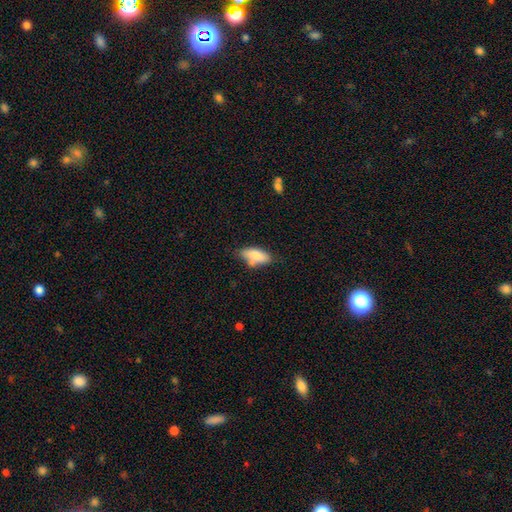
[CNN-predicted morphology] smooth-or-featured: smooth: 81% | featured or disk: 12% | star or artifact: 7%
  how-rounded: in between: 82% | cigar-shaped: 15% | round: 3%
  merging: none: 57% | minor disturbance: 24% | merger: 14% | major disturbance: 5%